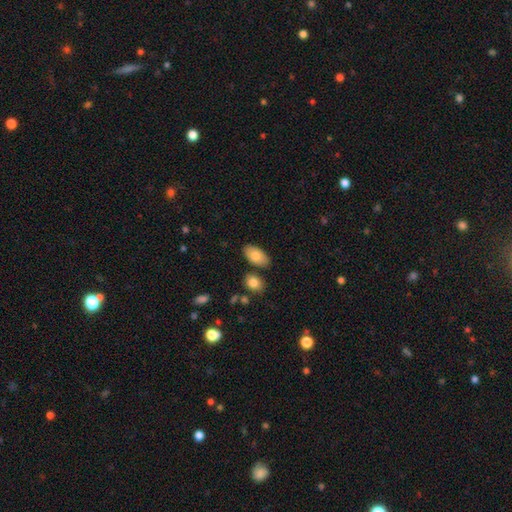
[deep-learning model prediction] The model was most divided on "merging": none: 79%, minor disturbance: 12%, merger: 7%, major disturbance: 3%. More confident: how rounded — in between (94%); smooth or featured — smooth (84%).